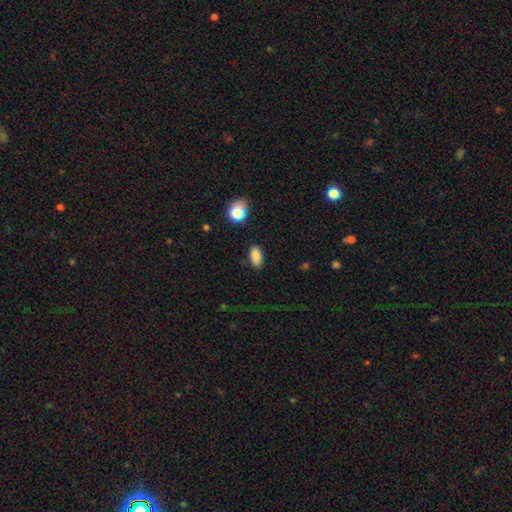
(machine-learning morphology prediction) Smooth or featured: smooth — 86% (star or artifact — 10%)
How rounded: in between — 90% (round — 6%)
Merging: none — 81% (minor disturbance — 14%)